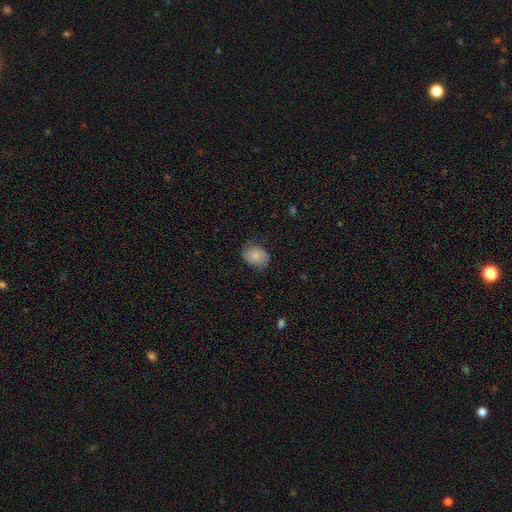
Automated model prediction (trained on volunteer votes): Smooth or featured?
  - smooth: 76% *
  - featured or disk: 17%
  - star or artifact: 7%
How rounded?
  - in between: 61% *
  - round: 38%
  - cigar-shaped: 1%
Merging?
  - none: 69% *
  - minor disturbance: 23%
  - major disturbance: 7%
  - merger: 1%